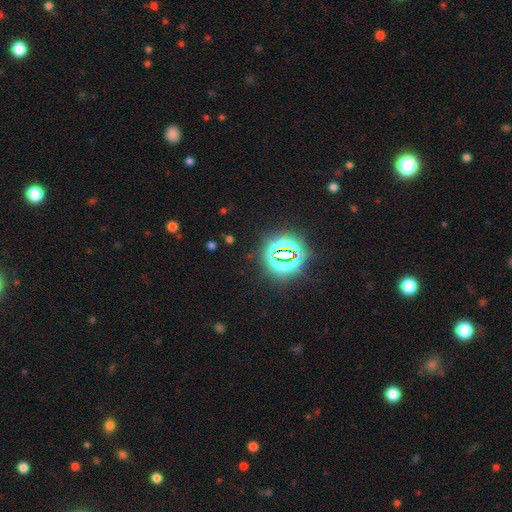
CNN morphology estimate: The model was most divided on "smooth or featured": star or artifact: 81%, smooth: 12%, featured or disk: 7%.